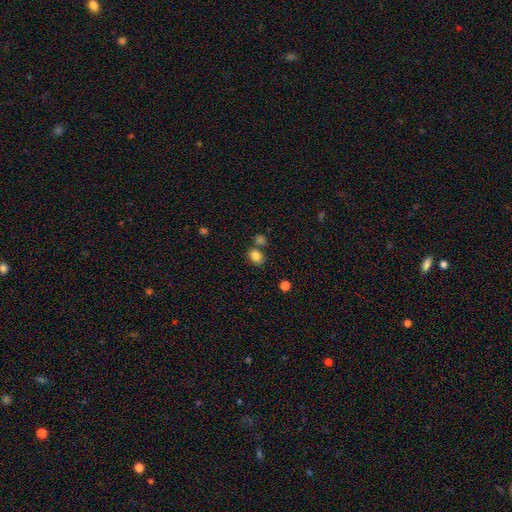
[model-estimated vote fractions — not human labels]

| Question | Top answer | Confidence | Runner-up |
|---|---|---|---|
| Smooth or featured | smooth | 84% | star or artifact (11%) |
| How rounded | round | 53% | in between (46%) |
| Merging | none | 66% | merger (18%) |